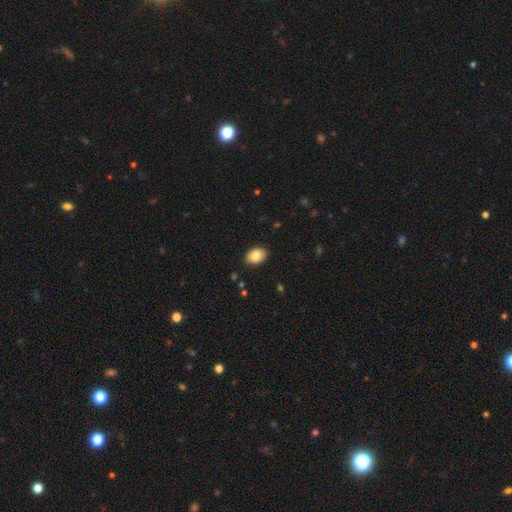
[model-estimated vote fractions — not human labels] This is clearly a smooth galaxy (84%). How rounded: clearly in between (84%). Merging: clearly none (88%).